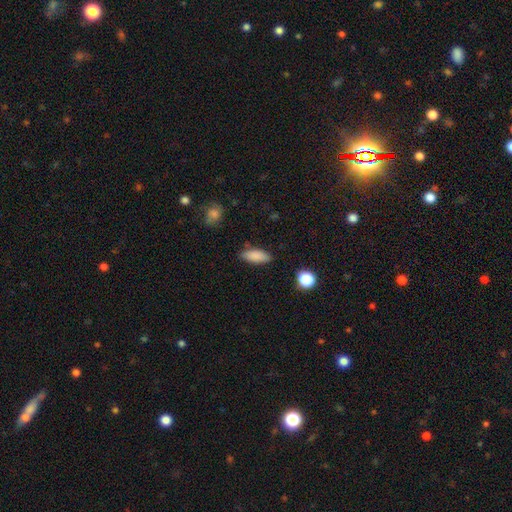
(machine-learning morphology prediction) Overall: smooth (86%). How rounded: in between (76%). Merging: none (83%).